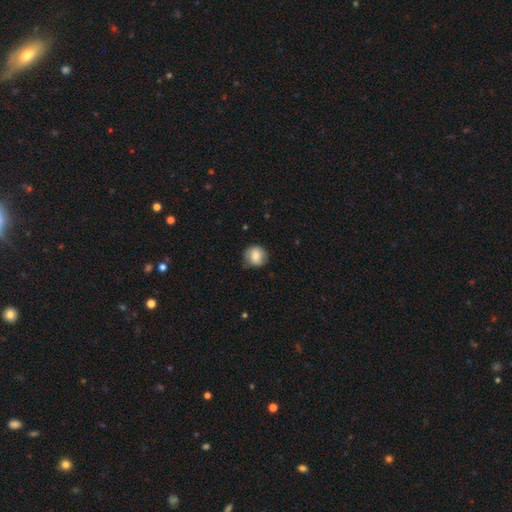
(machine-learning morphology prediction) Overall: smooth (77%). How rounded: round (88%). Merging: none (78%).